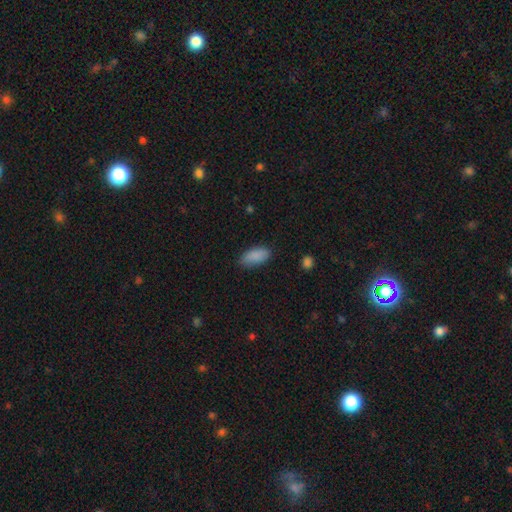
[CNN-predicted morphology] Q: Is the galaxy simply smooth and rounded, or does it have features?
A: smooth — 89%.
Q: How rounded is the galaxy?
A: in between — 89%.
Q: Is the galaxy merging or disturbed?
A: none — 81%.